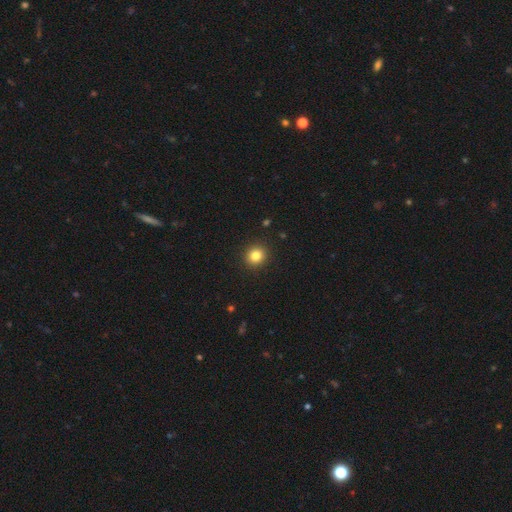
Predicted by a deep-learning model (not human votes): Smooth or featured? Predicted: smooth (p=0.82). How rounded? Predicted: round (p=0.89). Merging? Predicted: none (p=0.92).